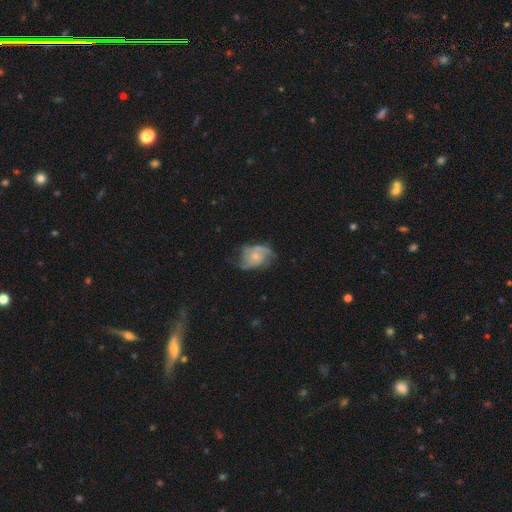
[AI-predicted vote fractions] A featured or disk galaxy (74%) with no bar (73%), 2 (59%) medium (46%) spiral arms (91%) and a small central bulge (58%).

Vote fractions:
- Smooth or featured? featured or disk: 74% / smooth: 19% / star or artifact: 6%
- Edge-on disk? no: 98% / yes: 2%
- Bar? no: 73% / weak: 23% / strong: 4%
- Spiral arms? yes: 91% / no: 9%
- Spiral winding? medium: 46% / loose: 30% / tight: 24%
- Spiral arm count? 2: 59% / 3: 16% / can't tell: 15% / 1: 4% / 4: 3% / more than 4: 3%
- Bulge size? small: 58% / moderate: 32% / none: 6% / large: 3% / dominant: 1%
- Merging? none: 53% / minor disturbance: 27% / major disturbance: 18% / merger: 2%